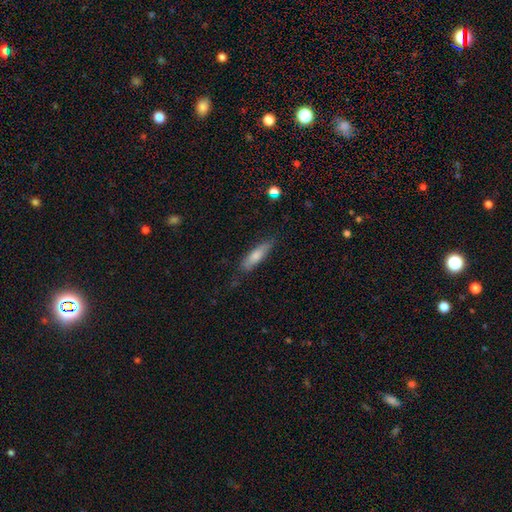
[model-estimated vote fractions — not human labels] Smooth or featured?
  - smooth: 75% *
  - featured or disk: 19%
  - star or artifact: 6%
How rounded?
  - cigar-shaped: 62% *
  - in between: 36%
  - round: 2%
Merging?
  - none: 77% *
  - minor disturbance: 18%
  - major disturbance: 4%
  - merger: 2%